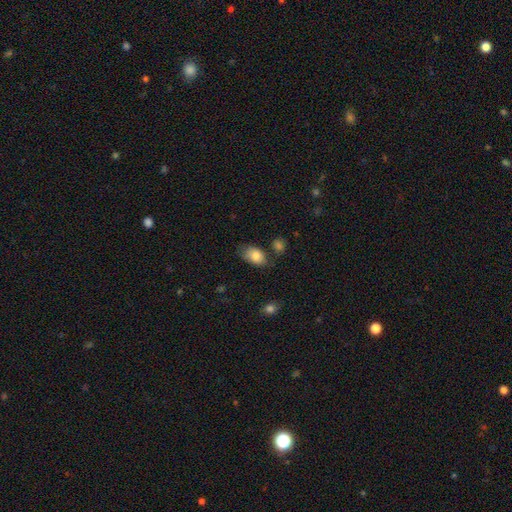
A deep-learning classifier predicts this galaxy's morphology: A smooth galaxy with no disk features (83%) that is in between round and cigar-shaped (88%). Merging: none (59%).